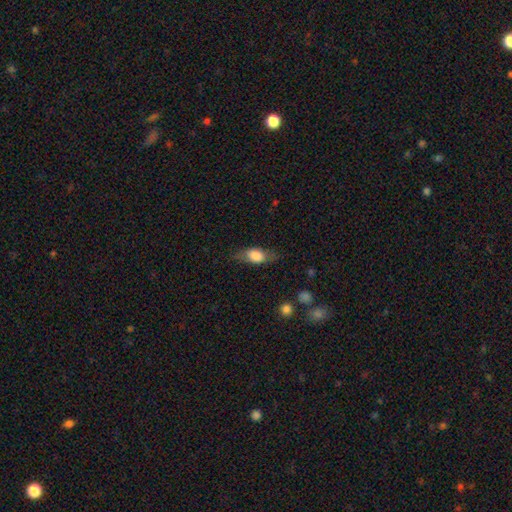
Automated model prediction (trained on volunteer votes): The model was most divided on "smooth or featured": smooth: 68%, featured or disk: 25%, star or artifact: 7%. More confident: how rounded — in between (76%); merging — none (71%).